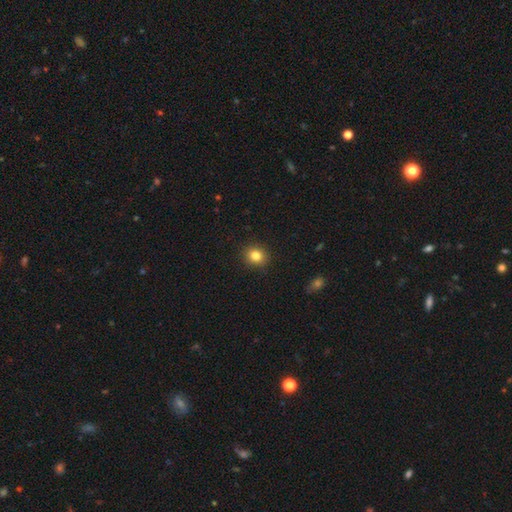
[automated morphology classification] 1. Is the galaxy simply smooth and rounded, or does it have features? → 83% smooth, 11% star or artifact, 6% featured or disk.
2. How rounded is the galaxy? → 78% round, 21% in between, 1% cigar-shaped.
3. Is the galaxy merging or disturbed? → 91% none, 7% minor disturbance, 2% major disturbance, 1% merger.